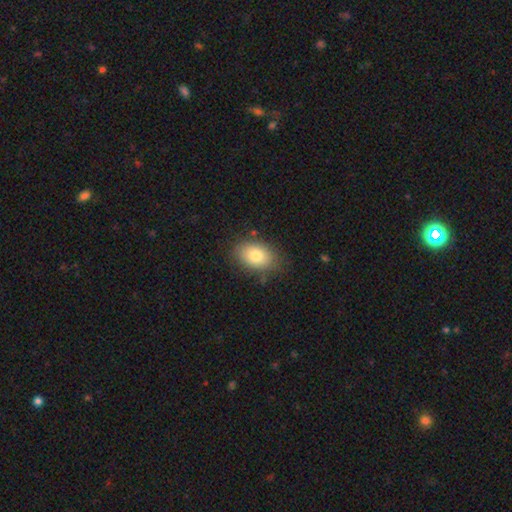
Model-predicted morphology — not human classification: This is clearly a smooth galaxy (80%). How rounded: clearly in between (86%). Merging: likely none (79%).